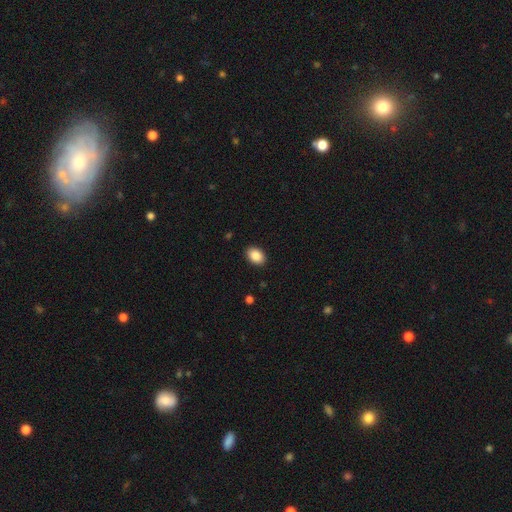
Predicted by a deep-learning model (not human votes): Morphology: type=smooth (89%); roundness=in between (80%); merging=none (90%).